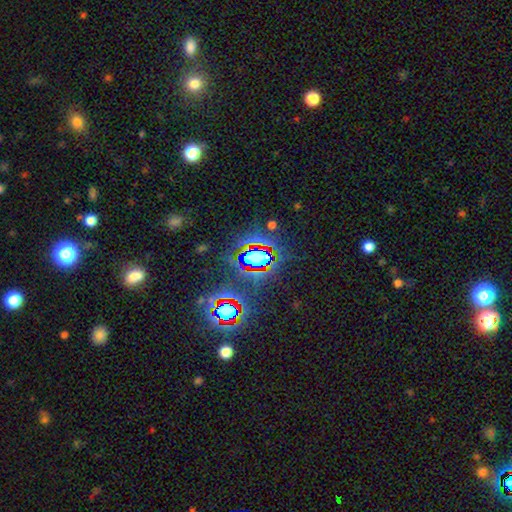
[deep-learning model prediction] Q: Smooth or featured?
A: star or artifact (66%); runner-up: smooth (20%)